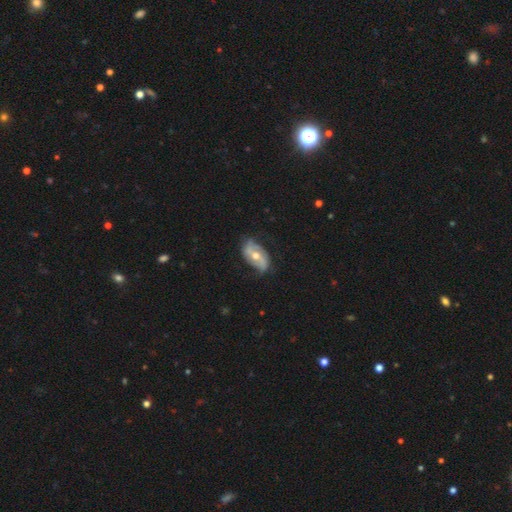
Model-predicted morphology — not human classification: Smooth or featured? Predicted: featured or disk (p=0.72). Edge-on disk? Predicted: no (p=0.93). Bar? Predicted: no (p=0.45). Spiral arms? Predicted: yes (p=0.84). Spiral winding? Predicted: loose (p=0.56). Spiral arm count? Predicted: 2 (p=0.80). Bulge size? Predicted: moderate (p=0.73). Merging? Predicted: none (p=0.63).